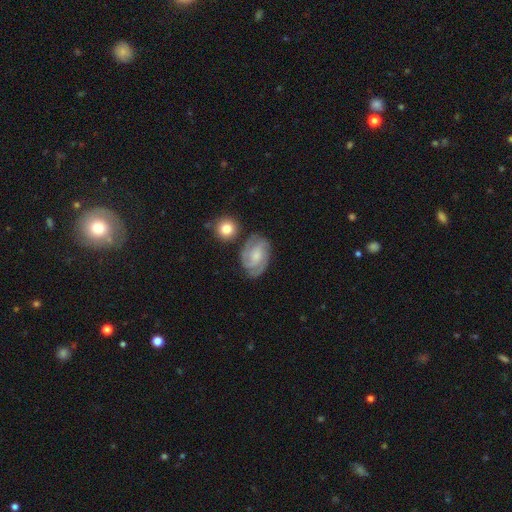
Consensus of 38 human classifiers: Volunteers were most divided on "spiral arm count": 2: 45%, 3: 33%, can't tell: 12%, 4: 6%, 1: 3%, more than 4: 0%. More confident: edge-on disk — no (100%); spiral arms — yes (97%); smooth or featured — featured or disk (89%); merging — none (82%); bar — no (62%); spiral winding — tight (61%); bulge size — small (50%).